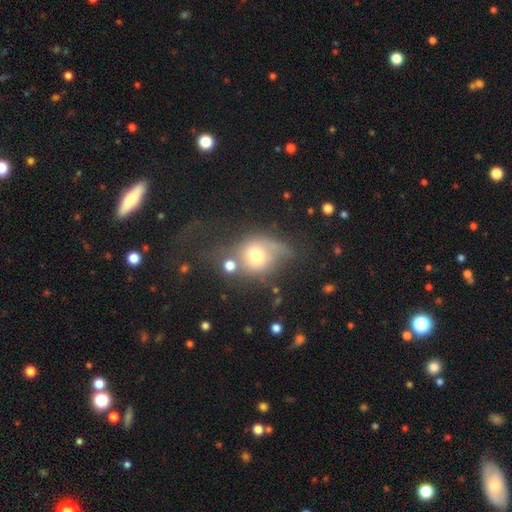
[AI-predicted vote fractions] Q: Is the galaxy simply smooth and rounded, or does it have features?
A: smooth — 60%.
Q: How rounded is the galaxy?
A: round — 59%.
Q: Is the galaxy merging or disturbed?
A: none — 31%.